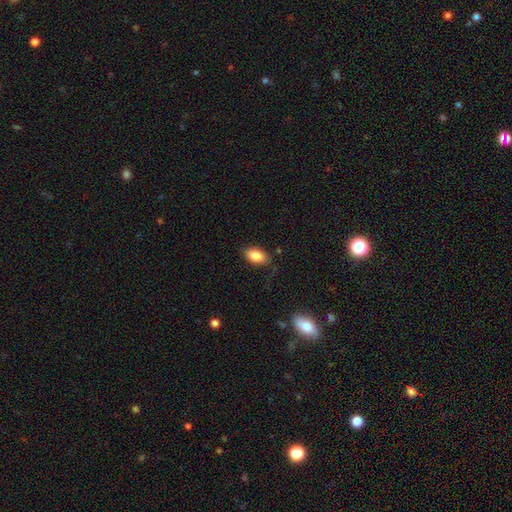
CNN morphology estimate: smooth 86%, star or artifact 7%, featured or disk 7%. Down the decision tree: how rounded — in between (93%); merging — none (80%).